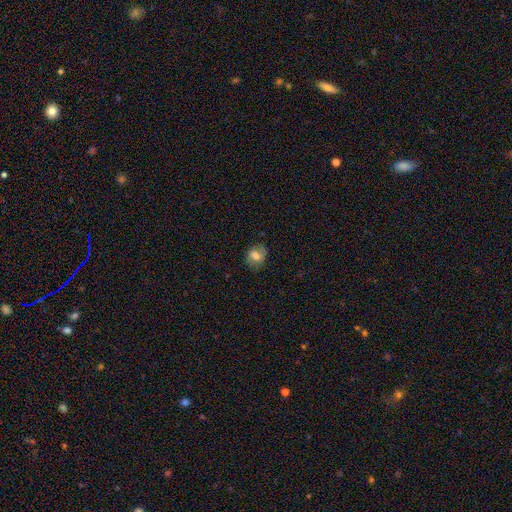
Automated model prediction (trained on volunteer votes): Smooth or featured? smooth (65%)
How rounded? round (52%)
Merging? none (73%)